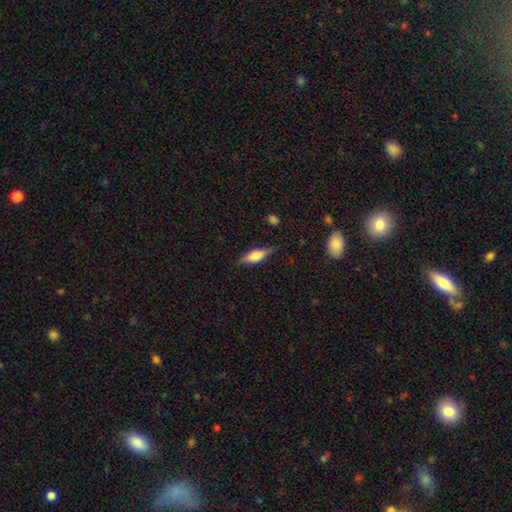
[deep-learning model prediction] A featured or disk galaxy (51%) viewed edge-on (94%). Merging: none (80%).